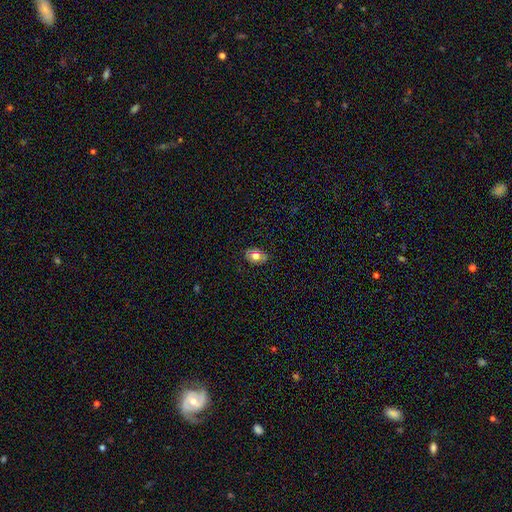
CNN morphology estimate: A smooth galaxy with no disk features (68%) that is in between round and cigar-shaped (69%).

Vote fractions:
- Smooth or featured? smooth: 68% / featured or disk: 22% / star or artifact: 10%
- How rounded? in between: 69% / round: 30% / cigar-shaped: 1%
- Merging? none: 82% / minor disturbance: 14% / major disturbance: 3% / merger: 1%